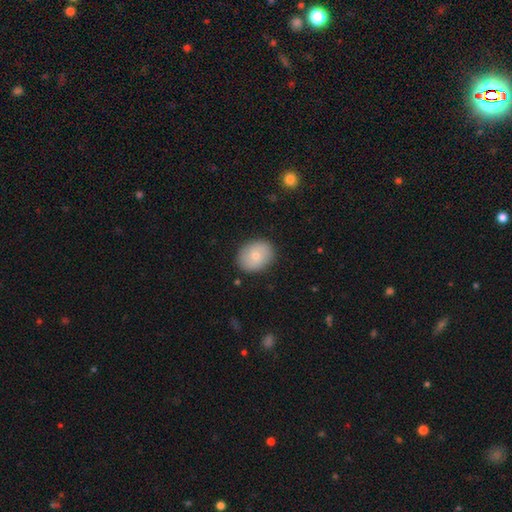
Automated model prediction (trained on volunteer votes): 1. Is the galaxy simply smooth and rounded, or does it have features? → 73% smooth, 20% featured or disk, 7% star or artifact.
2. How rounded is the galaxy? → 52% round, 47% in between, 1% cigar-shaped.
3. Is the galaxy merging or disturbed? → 87% none, 9% minor disturbance, 2% major disturbance, 1% merger.